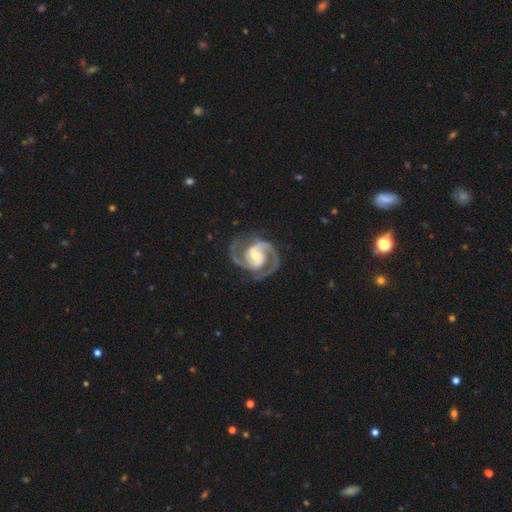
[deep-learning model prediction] featured or disk 93%, star or artifact 4%, smooth 3%. Down the decision tree: edge-on disk — no (98%); bar — weak (42%); spiral arms — yes (98%); spiral arm count — 2 (91%); spiral winding — medium (57%); bulge size — moderate (60%); merging — none (78%).